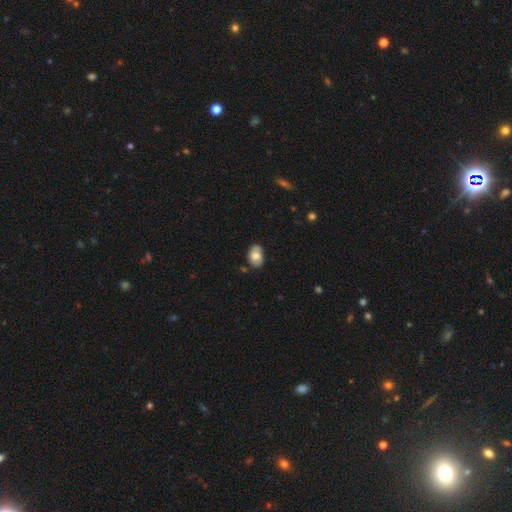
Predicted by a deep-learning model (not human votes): smooth 61%, featured or disk 31%, star or artifact 7%. Down the decision tree: how rounded — in between (85%); merging — none (72%).